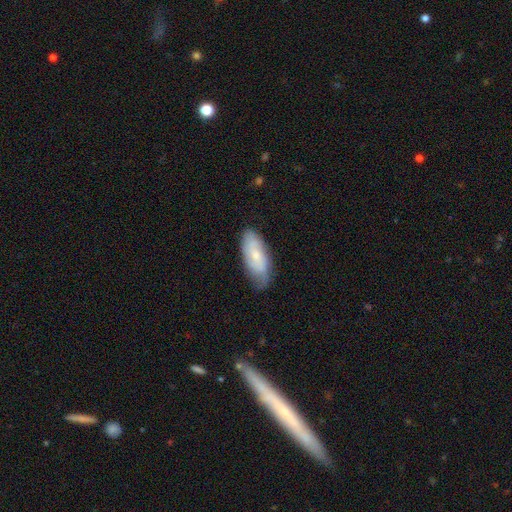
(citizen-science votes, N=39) A smooth galaxy with no disk features (62%) that is in between round and cigar-shaped (88%).

Vote fractions:
- Smooth or featured? smooth: 62% / featured or disk: 36% / star or artifact: 3%
- How rounded? in between: 88% / cigar-shaped: 12% / round: 0%
- Merging? none: 61% / minor disturbance: 34% / major disturbance: 5% / merger: 0%